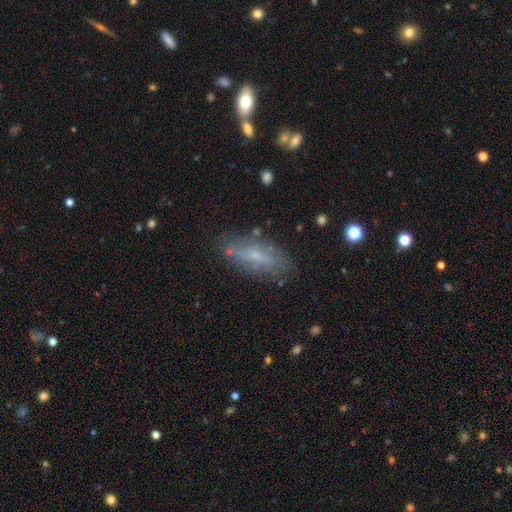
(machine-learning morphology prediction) A smooth galaxy with no disk features (49%).

Vote fractions:
- Smooth or featured? smooth: 49% / featured or disk: 42% / star or artifact: 9%
- Merging? none: 73% / minor disturbance: 18% / major disturbance: 6% / merger: 3%